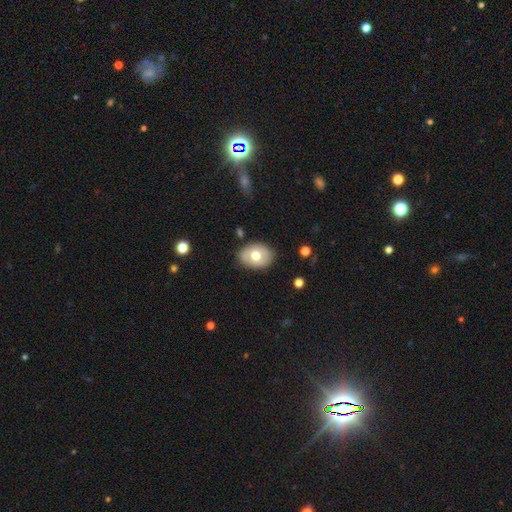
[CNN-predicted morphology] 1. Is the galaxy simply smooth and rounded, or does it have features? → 58% smooth, 35% featured or disk, 7% star or artifact.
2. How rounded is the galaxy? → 68% in between, 31% round, 1% cigar-shaped.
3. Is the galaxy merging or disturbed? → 83% none, 12% minor disturbance, 3% major disturbance, 1% merger.